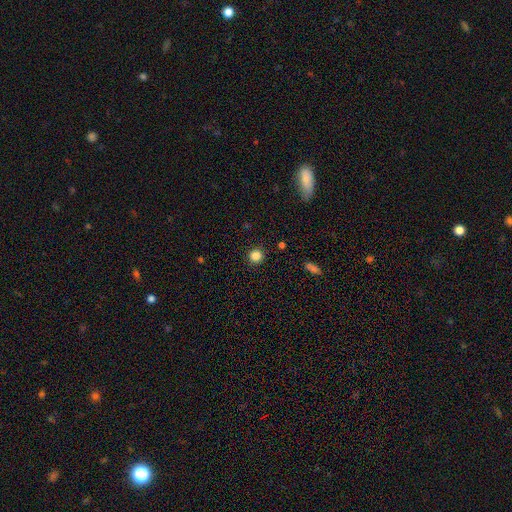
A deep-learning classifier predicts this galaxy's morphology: A smooth galaxy with no disk features (85%) that is round (95%).

Vote fractions:
- Smooth or featured? smooth: 85% / star or artifact: 12% / featured or disk: 4%
- How rounded? round: 95% / in between: 4% / cigar-shaped: 1%
- Merging? none: 92% / minor disturbance: 5% / major disturbance: 2% / merger: 1%